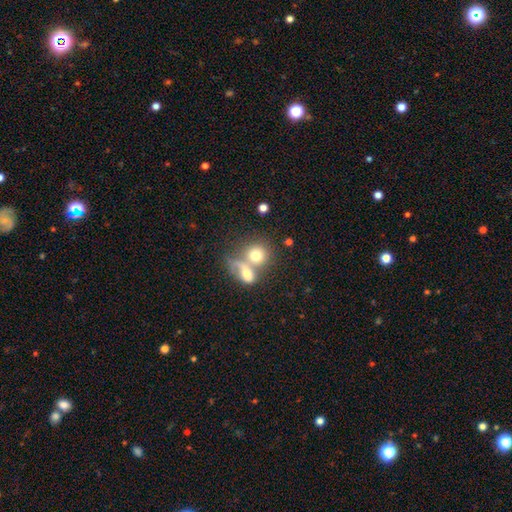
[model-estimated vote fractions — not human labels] Smooth or featured? smooth (72%)
How rounded? round (71%)
Merging? merger (61%)